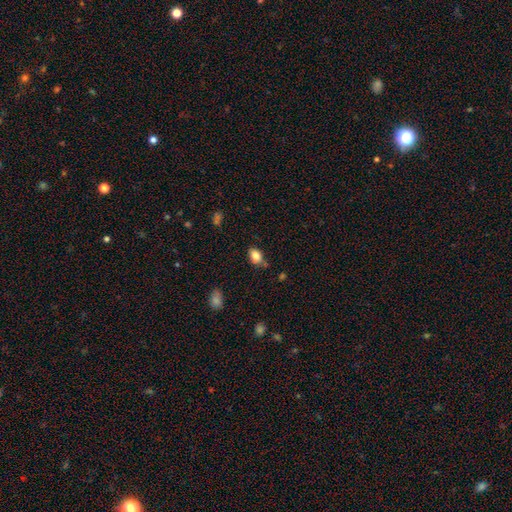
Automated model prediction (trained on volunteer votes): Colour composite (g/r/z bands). It shows a smooth galaxy with no disk features (82%) that is in between round and cigar-shaped (78%). Merging: none (70%).